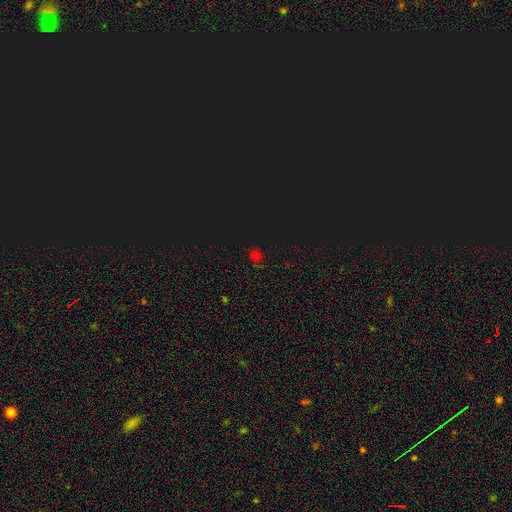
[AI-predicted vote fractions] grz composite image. It shows a star or artifact, not a galaxy (54%).